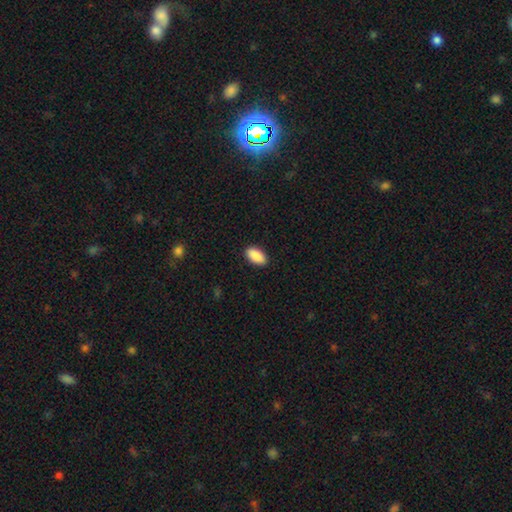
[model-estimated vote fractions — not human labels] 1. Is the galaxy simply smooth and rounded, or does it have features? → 90% smooth, 6% star or artifact, 4% featured or disk.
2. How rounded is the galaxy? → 93% in between, 4% cigar-shaped, 3% round.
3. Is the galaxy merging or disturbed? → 90% none, 7% minor disturbance, 2% major disturbance, 1% merger.